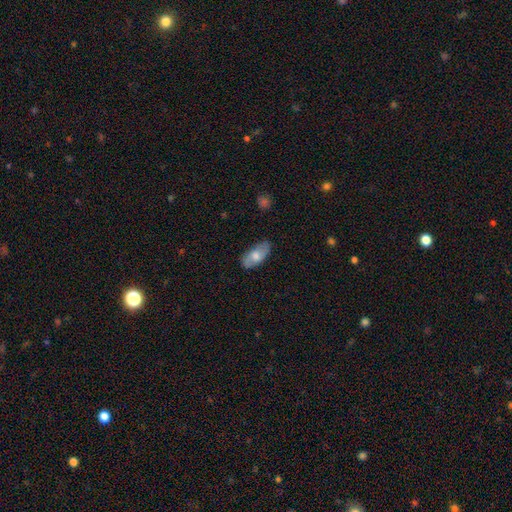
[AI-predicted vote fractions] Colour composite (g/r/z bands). It shows a smooth galaxy with no disk features (57%) that is in between round and cigar-shaped (90%). Merging: none (80%).